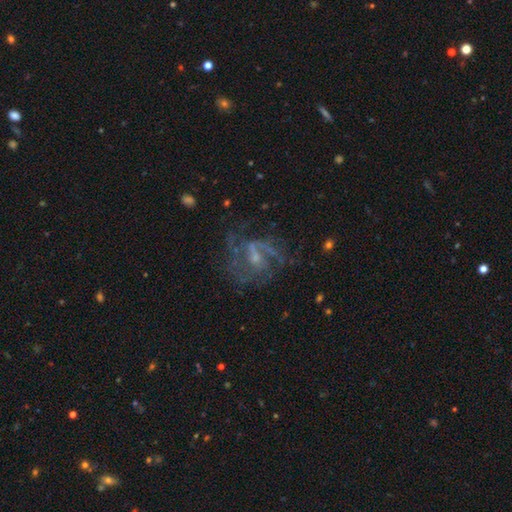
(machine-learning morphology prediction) smooth_or_featured: featured or disk (p=0.79) [alt: star or artifact p=0.11]
disk_edge_on: no (p=0.97) [alt: yes p=0.03]
bar: weak (p=0.49) [alt: no p=0.37]
has_spiral_arms: yes (p=0.85) [alt: no p=0.15]
spiral_winding: medium (p=0.47) [alt: loose p=0.31]
spiral_arm_count: 2 (p=0.39) [alt: can't tell p=0.25]
bulge_size: small (p=0.47) [alt: moderate p=0.30]
merging: none (p=0.52) [alt: major disturbance p=0.27]